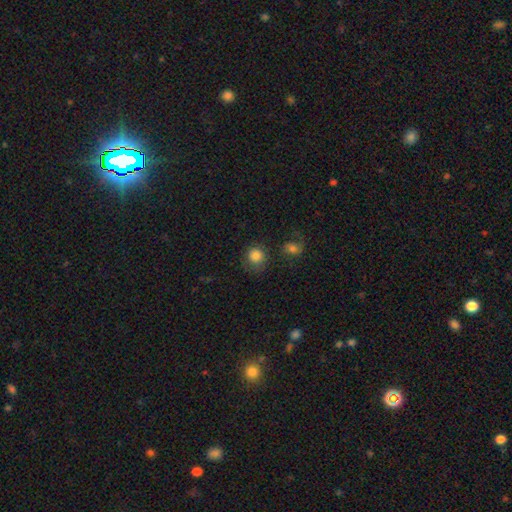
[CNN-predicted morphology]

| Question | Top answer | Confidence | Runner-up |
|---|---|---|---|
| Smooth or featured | smooth | 83% | star or artifact (10%) |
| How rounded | round | 88% | in between (11%) |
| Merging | none | 68% | minor disturbance (15%) |